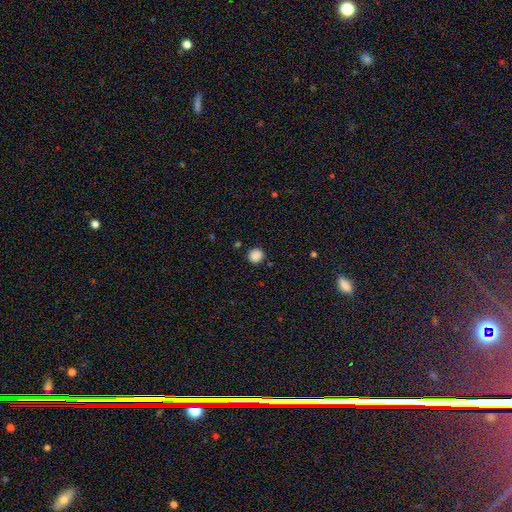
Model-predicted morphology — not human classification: Overall: smooth (87%). How rounded: round (85%). Merging: none (87%).